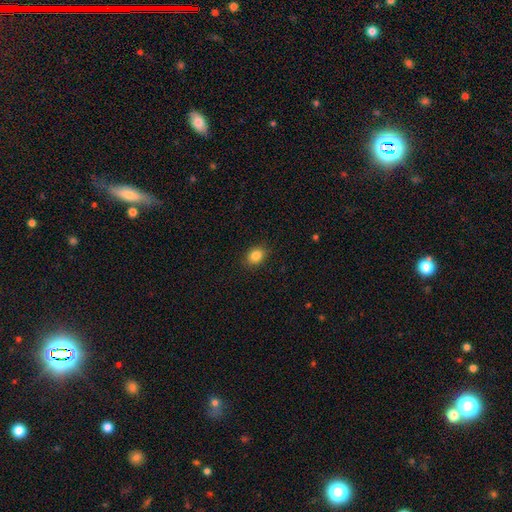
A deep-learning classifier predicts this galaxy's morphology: The model was most divided on "how rounded": in between: 58%, round: 41%, cigar-shaped: 1%. More confident: merging — none (89%); smooth or featured — smooth (85%).